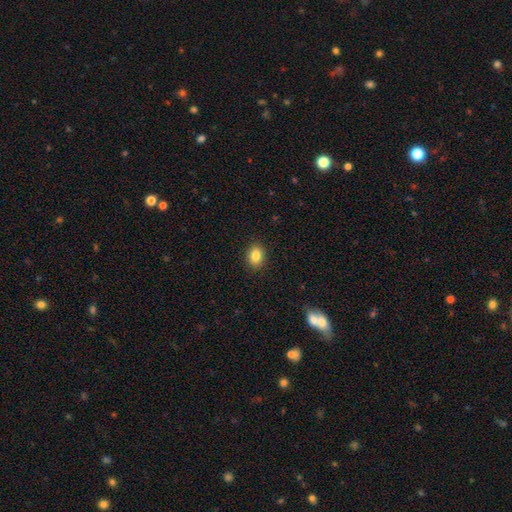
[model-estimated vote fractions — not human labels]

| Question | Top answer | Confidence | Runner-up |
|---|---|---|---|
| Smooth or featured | smooth | 85% | star or artifact (9%) |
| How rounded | in between | 64% | round (35%) |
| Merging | none | 90% | minor disturbance (7%) |